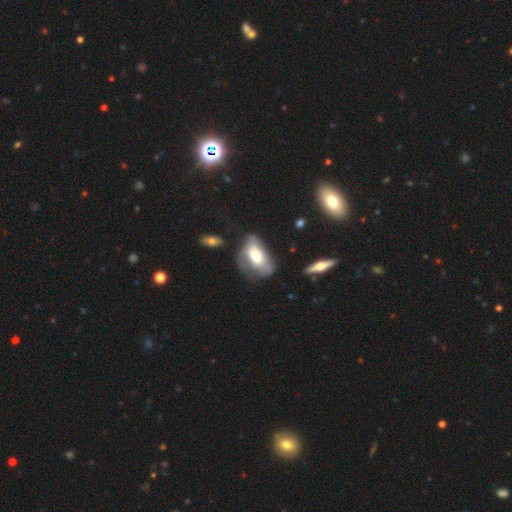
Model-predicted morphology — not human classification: The model was most divided on "merging": none: 33%, minor disturbance: 32%, major disturbance: 29%, merger: 6%. More confident: how rounded — in between (88%); smooth or featured — smooth (58%).